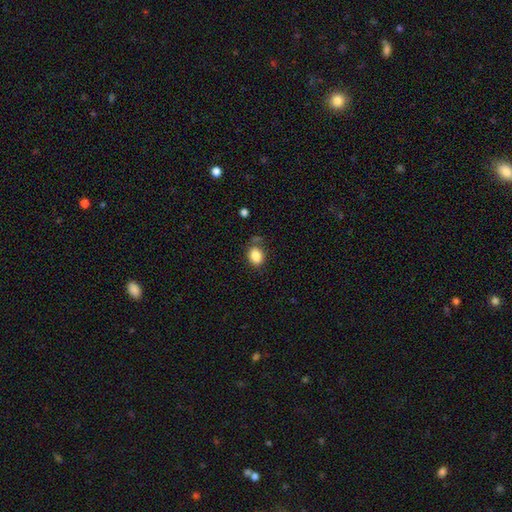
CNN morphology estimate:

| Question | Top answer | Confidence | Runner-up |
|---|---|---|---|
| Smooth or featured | smooth | 85% | star or artifact (9%) |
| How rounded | in between | 66% | round (33%) |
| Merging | none | 70% | minor disturbance (17%) |